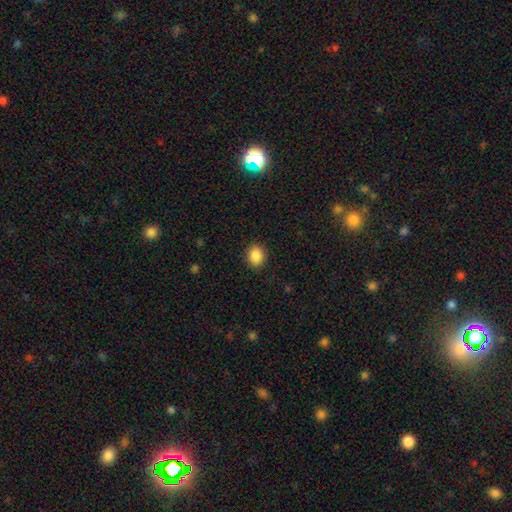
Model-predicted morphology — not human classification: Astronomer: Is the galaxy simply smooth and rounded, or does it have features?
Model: smooth — 89%.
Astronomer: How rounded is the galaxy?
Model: round — 50% (runner-up: in between, 49%).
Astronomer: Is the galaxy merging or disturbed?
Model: none — 90%.